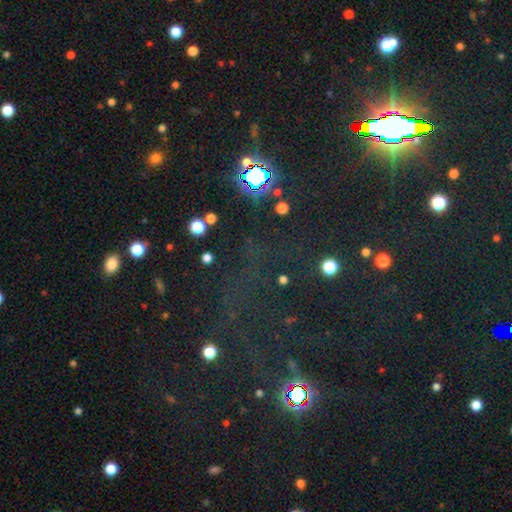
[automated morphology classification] The model was most divided on "smooth or featured": star or artifact: 78%, smooth: 14%, featured or disk: 8%.